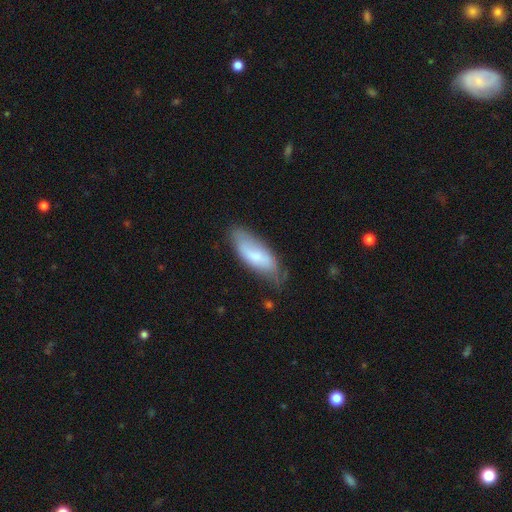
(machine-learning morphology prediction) smooth_or_featured: smooth (p=0.70) [alt: featured or disk p=0.23]
how_rounded: in between (p=0.72) [alt: cigar-shaped p=0.26]
merging: none (p=0.61) [alt: minor disturbance p=0.30]